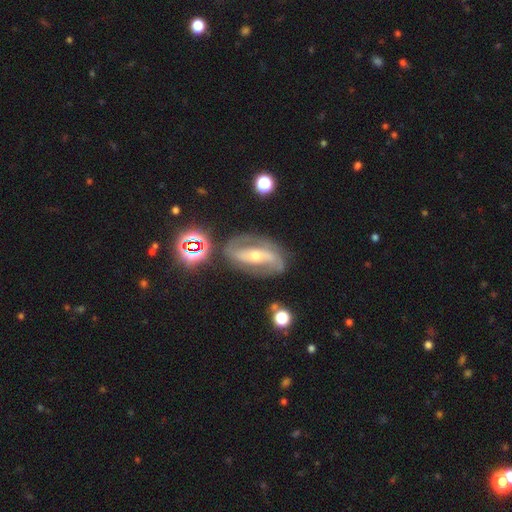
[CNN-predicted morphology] featured or disk 82%, smooth 10%, star or artifact 8%. Down the decision tree: edge-on disk — no (93%); bar — strong (54%); spiral arms — yes (89%); spiral arm count — 2 (87%); spiral winding — medium (46%); bulge size — moderate (52%); merging — none (75%).